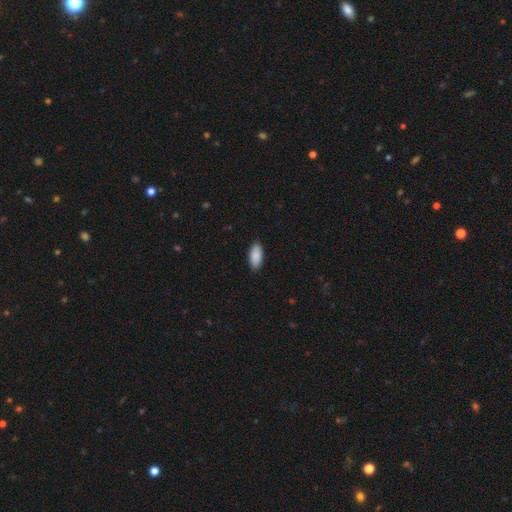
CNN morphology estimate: Smooth or featured: smooth — 90% (star or artifact — 6%)
How rounded: in between — 91% (cigar-shaped — 7%)
Merging: none — 89% (minor disturbance — 8%)